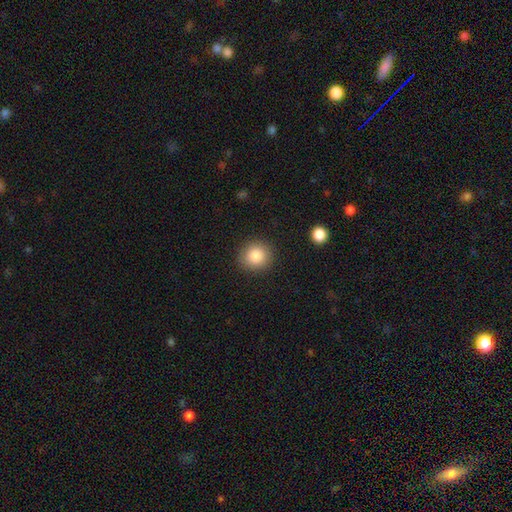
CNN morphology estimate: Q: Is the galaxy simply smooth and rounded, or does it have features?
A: smooth — 85%.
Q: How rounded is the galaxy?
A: round — 90%.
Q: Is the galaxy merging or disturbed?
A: none — 89%.